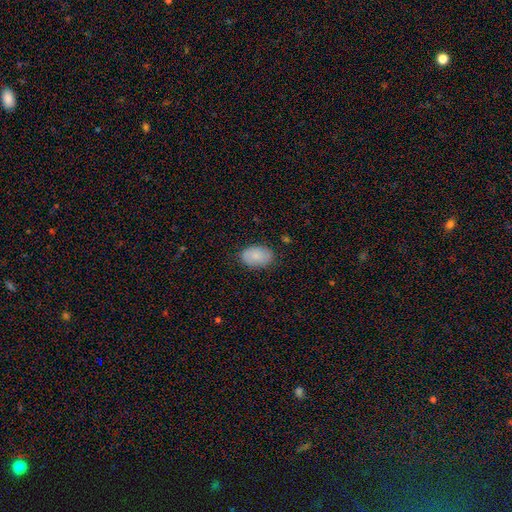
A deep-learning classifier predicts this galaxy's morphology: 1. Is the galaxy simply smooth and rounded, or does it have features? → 85% smooth, 9% featured or disk, 6% star or artifact.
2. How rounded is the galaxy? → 91% in between, 8% round, 1% cigar-shaped.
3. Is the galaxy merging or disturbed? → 82% none, 14% minor disturbance, 3% major disturbance, 1% merger.